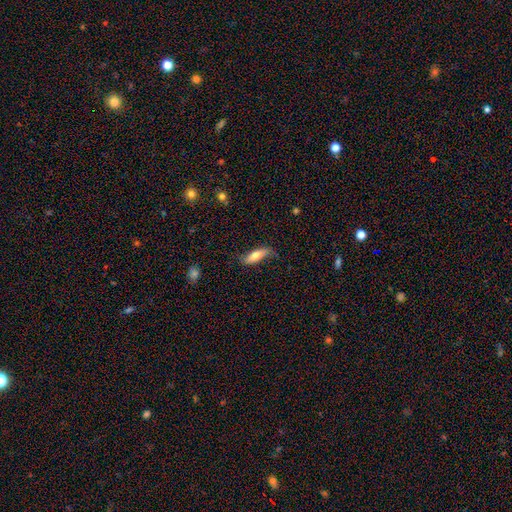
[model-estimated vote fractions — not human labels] Smooth or featured: smooth — 62% (featured or disk — 32%)
How rounded: in between — 54% (cigar-shaped — 43%)
Merging: none — 61% (minor disturbance — 28%)